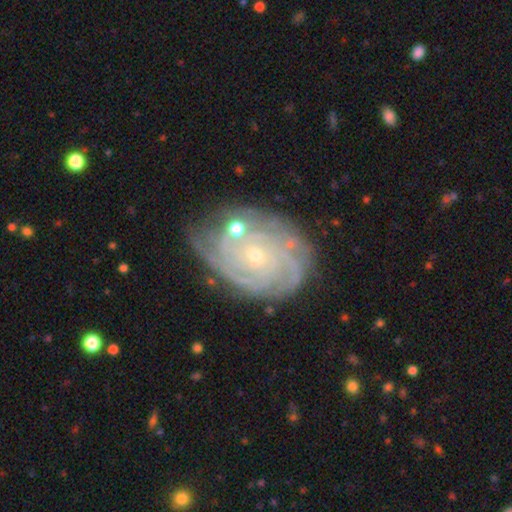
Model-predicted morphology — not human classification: Smooth or featured: featured or disk — 84% (smooth — 9%)
Edge-on disk: no — 97% (yes — 3%)
Bar: no — 76% (weak — 19%)
Spiral arms: yes — 96% (no — 4%)
Spiral winding: tight — 80% (medium — 16%)
Spiral arm count: can't tell — 31% (4 — 23%)
Bulge size: small — 80% (moderate — 16%)
Merging: none — 69% (minor disturbance — 20%)